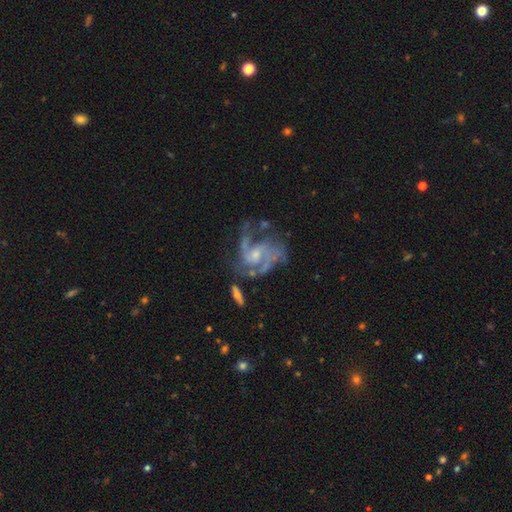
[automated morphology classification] This is clearly a featured or disk galaxy (87%). It is clearly not viewed edge-on (98%). Bar: possibly no (52%). Spiral arm pattern: clearly yes (95%). Spiral arm count: possibly 2 (46%). Spiral winding: possibly medium (52%). Central bulge: possibly small (59%). Merging: possibly none (47%).